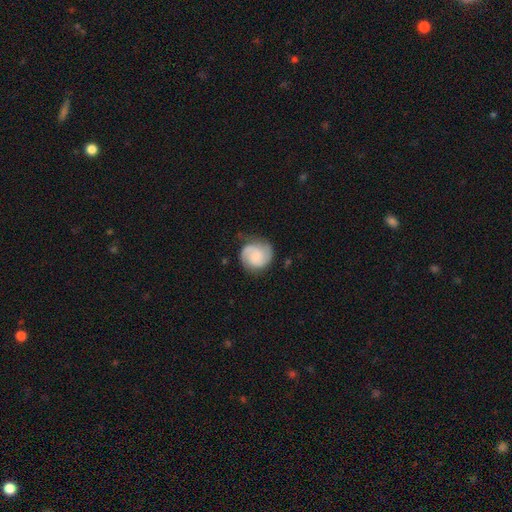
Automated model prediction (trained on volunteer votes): The model was most divided on "spiral winding": tight: 44%, medium: 41%, loose: 15%. Remaining: edge-on disk — no (98%); spiral arms — yes (93%); spiral arm count — 2 (78%); merging — none (72%); bar — no (64%); smooth or featured — featured or disk (57%); bulge size — small (40%).